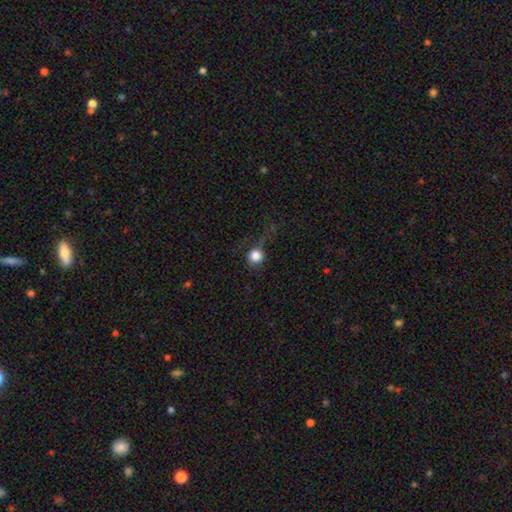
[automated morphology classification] Overall: smooth (81%). How rounded: round (93%). Merging: none (55%; major disturbance 22%).